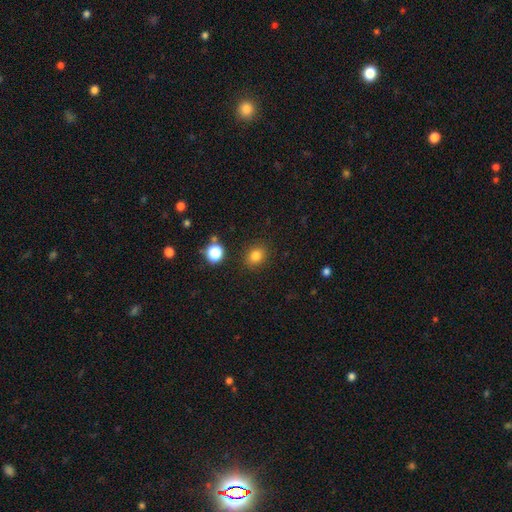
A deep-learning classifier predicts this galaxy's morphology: The model was most divided on "how rounded": round: 64%, in between: 35%, cigar-shaped: 1%. More confident: merging — none (87%); smooth or featured — smooth (82%).